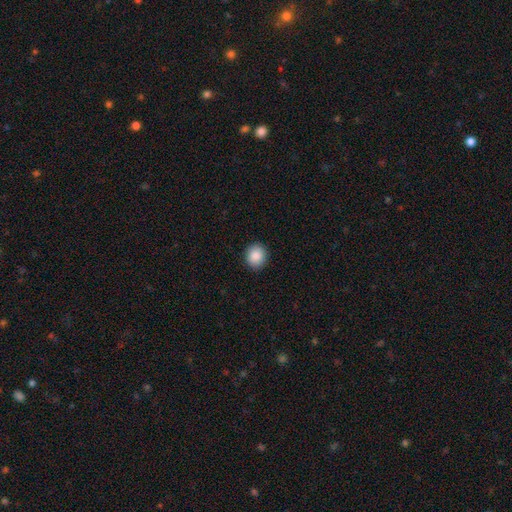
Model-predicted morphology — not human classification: Smooth or featured?
  - smooth: 89% *
  - star or artifact: 8%
  - featured or disk: 3%
How rounded?
  - round: 78% *
  - in between: 21%
  - cigar-shaped: 1%
Merging?
  - none: 91% *
  - minor disturbance: 6%
  - major disturbance: 2%
  - merger: 1%